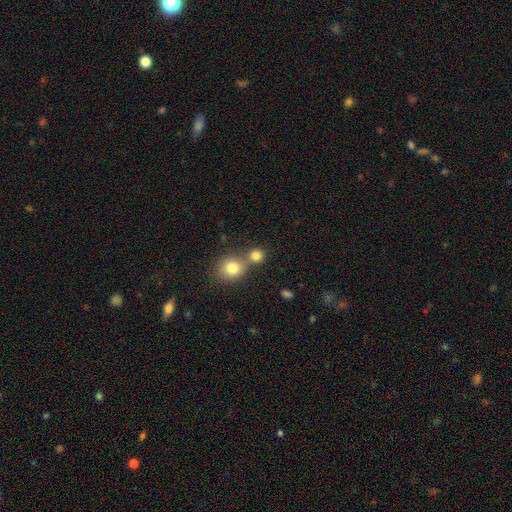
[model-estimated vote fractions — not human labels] smooth 82%, star or artifact 11%, featured or disk 7%. Down the decision tree: how rounded — round (86%); merging — none (50%).